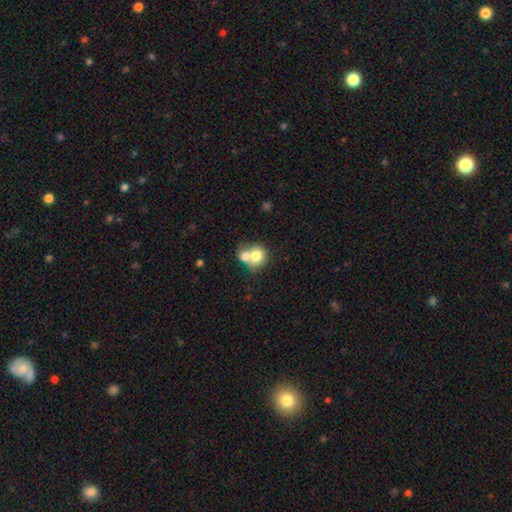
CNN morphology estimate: Smooth or featured? Predicted: smooth (p=0.73). How rounded? Predicted: round (p=0.74). Merging? Predicted: merger (p=0.65).